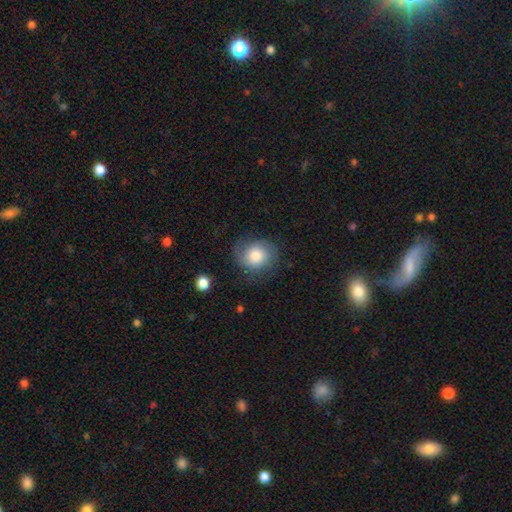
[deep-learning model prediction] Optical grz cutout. It shows a smooth galaxy with no disk features (63%) that is round (77%). Merging: none (69%).